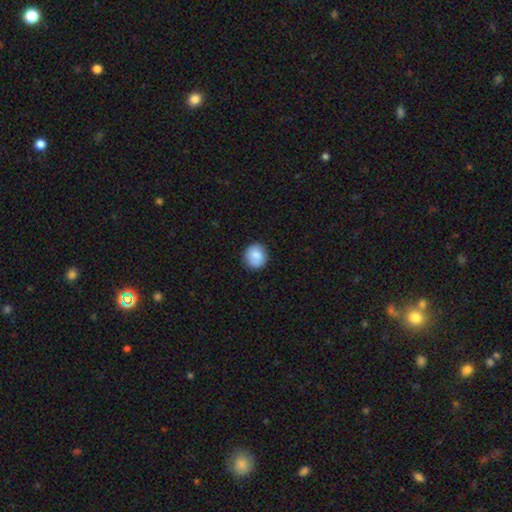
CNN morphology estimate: Overall: smooth (87%). How rounded: round (88%). Merging: none (88%).